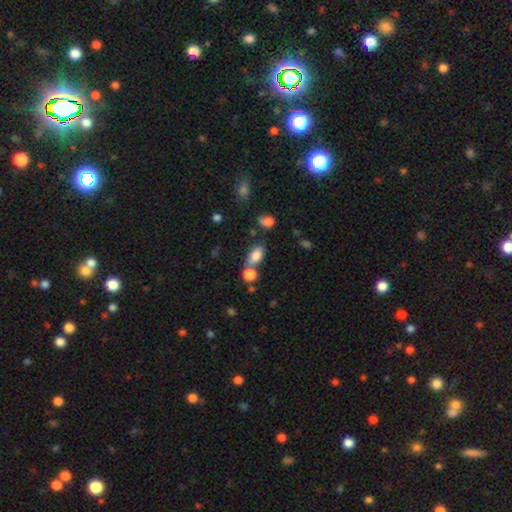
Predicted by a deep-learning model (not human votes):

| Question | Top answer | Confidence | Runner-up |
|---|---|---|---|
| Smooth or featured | smooth | 82% | star or artifact (10%) |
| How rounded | in between | 88% | round (9%) |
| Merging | none | 48% | merger (33%) |